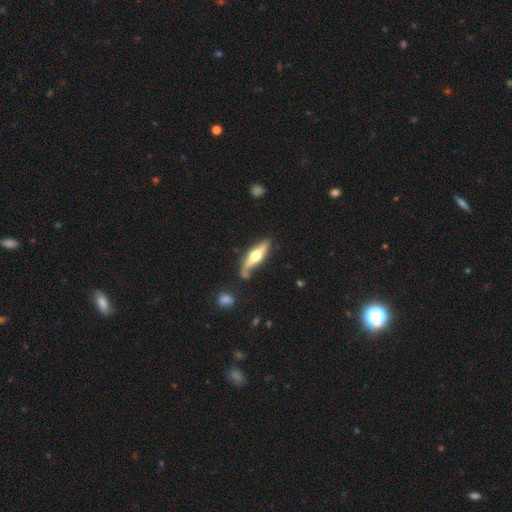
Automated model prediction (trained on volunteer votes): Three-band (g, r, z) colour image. It shows a featured or disk galaxy (58%) viewed edge-on (88%) with a rounded central bulge (94%). Merging: none (67%).